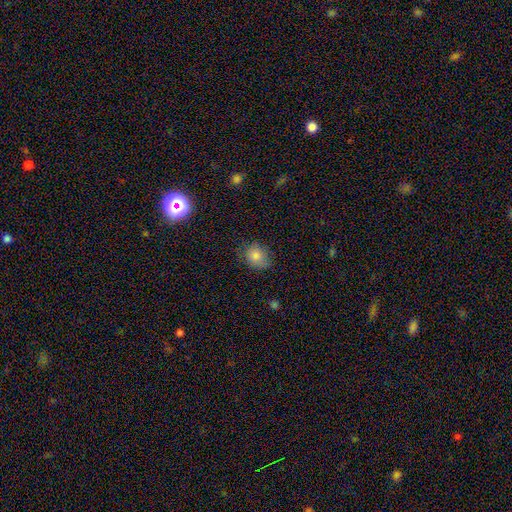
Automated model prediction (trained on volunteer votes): Smooth or featured: smooth — 81% (star or artifact — 11%)
How rounded: round — 58% (in between — 41%)
Merging: none — 71% (minor disturbance — 23%)